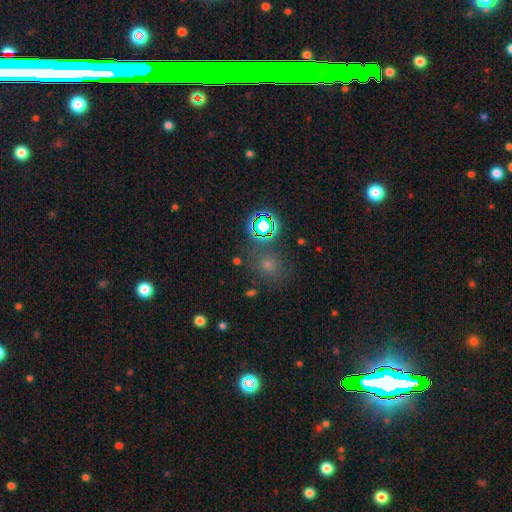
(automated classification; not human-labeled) A star or artifact, not a galaxy (69%).

Vote fractions:
- Smooth or featured? star or artifact: 69% / smooth: 18% / featured or disk: 13%